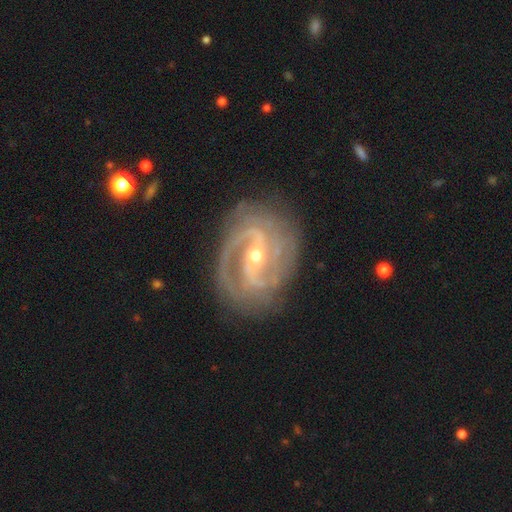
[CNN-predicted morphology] type=featured or disk (92%); edge-on=no (97%); bar=weak (42%); spiral arms=yes (98%); winding=tight (46%); arm count=2 (66%); bulge=small (58%); merging=none (79%).